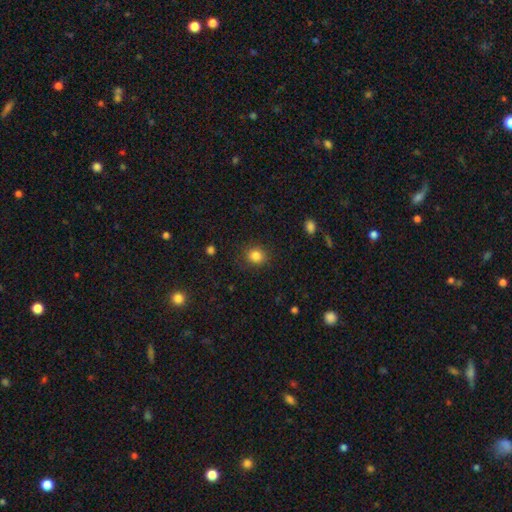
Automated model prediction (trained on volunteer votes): A smooth galaxy with no disk features (84%) that is round (80%). Merging: none (86%).